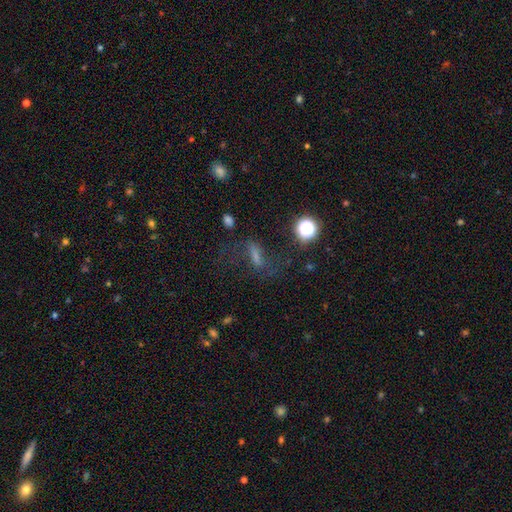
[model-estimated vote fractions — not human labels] Overall: smooth (37%; featured or disk 36%). Merging: none (59%; major disturbance 20%).